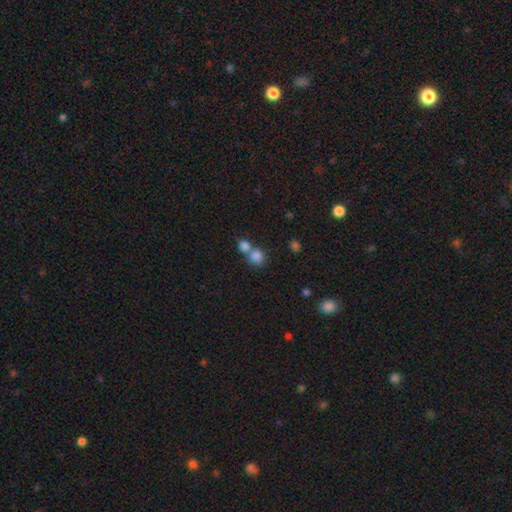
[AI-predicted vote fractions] smooth_or_featured: smooth (p=0.82) [alt: star or artifact p=0.11]
how_rounded: round (p=0.75) [alt: in between p=0.24]
merging: merger (p=0.55) [alt: none p=0.35]